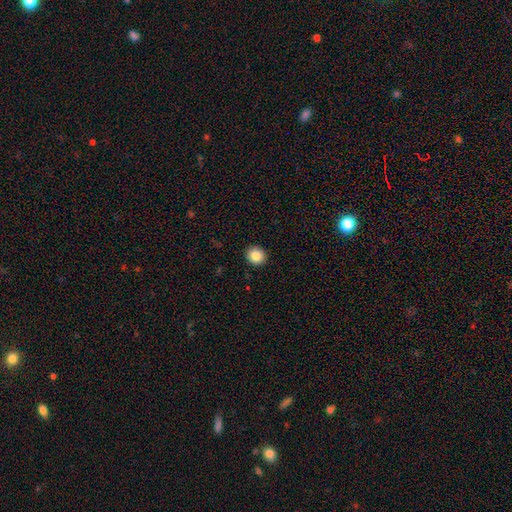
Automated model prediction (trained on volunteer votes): Smooth or featured?
  - smooth: 86% *
  - star or artifact: 9%
  - featured or disk: 6%
How rounded?
  - round: 81% *
  - in between: 18%
  - cigar-shaped: 1%
Merging?
  - none: 92% *
  - minor disturbance: 5%
  - major disturbance: 2%
  - merger: 1%